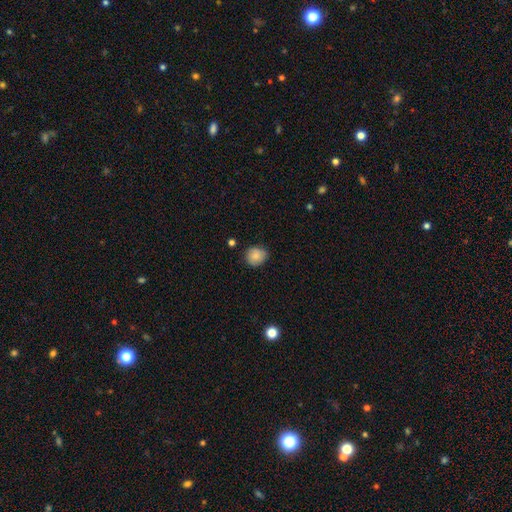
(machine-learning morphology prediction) Q: Smooth or featured?
A: smooth (84%); runner-up: star or artifact (8%)
Q: How rounded?
A: round (81%); runner-up: in between (18%)
Q: Merging?
A: none (79%); runner-up: minor disturbance (16%)